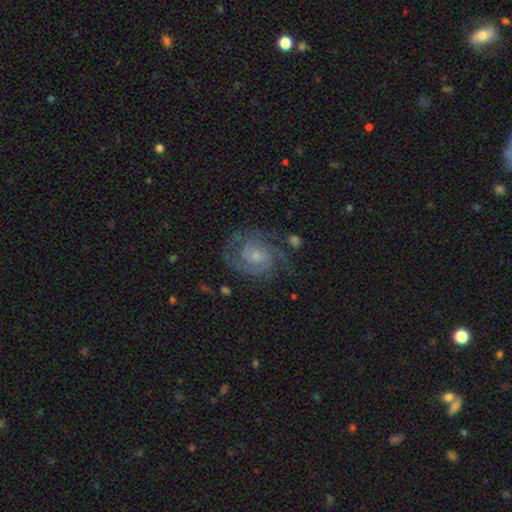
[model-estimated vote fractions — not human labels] smooth-or-featured: featured or disk: 88% | smooth: 7% | star or artifact: 6%
  disk-edge-on: no: 98% | yes: 2%
    bar: no: 64% | weak: 30% | strong: 5%
    has-spiral-arms: yes: 97% | no: 3%
      spiral-winding: tight: 52% | medium: 41% | loose: 7%
      spiral-arm-count: 2: 57% | 3: 20% | can't tell: 11% | 4: 5% | 1: 4% | more than 4: 4%
    bulge-size: small: 60% | moderate: 30% | none: 7% | large: 3% | dominant: 1%
  merging: none: 72% | minor disturbance: 16% | major disturbance: 9% | merger: 2%